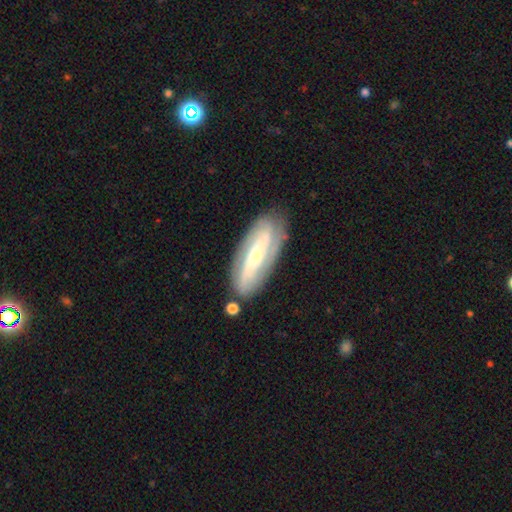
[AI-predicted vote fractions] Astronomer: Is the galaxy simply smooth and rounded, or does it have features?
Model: featured or disk — 73%.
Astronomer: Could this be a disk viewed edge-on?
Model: no — 83%.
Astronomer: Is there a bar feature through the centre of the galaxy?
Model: no — 39% (runner-up: strong, 36%).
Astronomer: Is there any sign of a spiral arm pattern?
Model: yes — 82%.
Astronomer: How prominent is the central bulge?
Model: small — 62%.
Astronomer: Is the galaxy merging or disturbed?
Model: none — 78%.